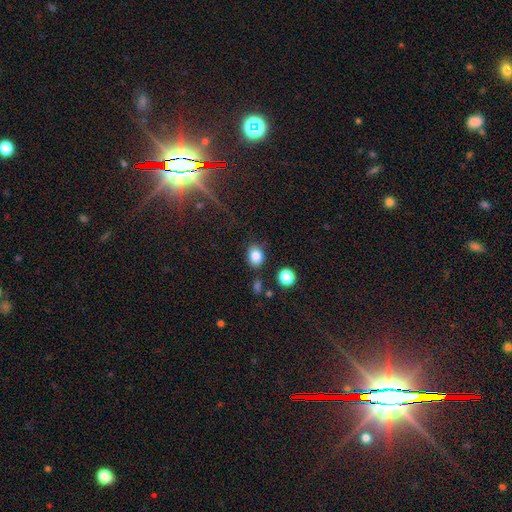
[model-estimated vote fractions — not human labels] smooth-or-featured: smooth: 83% | star or artifact: 10% | featured or disk: 7%
  how-rounded: in between: 59% | round: 40% | cigar-shaped: 1%
  merging: none: 79% | minor disturbance: 12% | merger: 5% | major disturbance: 3%